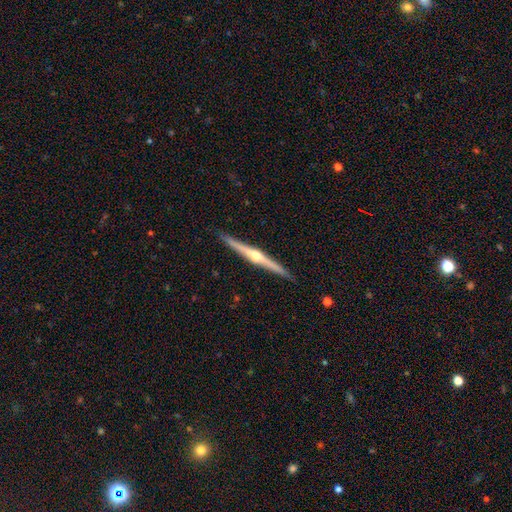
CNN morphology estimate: The model was most divided on "smooth or featured": featured or disk: 81%, smooth: 14%, star or artifact: 5%. More confident: edge-on disk — yes (98%); edge-on bulge — rounded (92%); merging — none (91%).